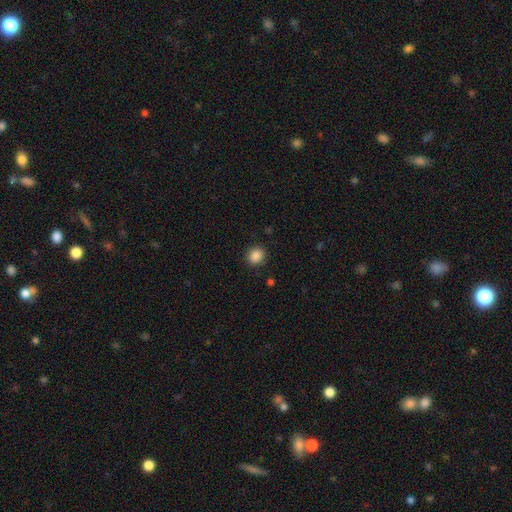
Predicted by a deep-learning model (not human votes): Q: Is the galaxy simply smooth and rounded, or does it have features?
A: smooth — 87%.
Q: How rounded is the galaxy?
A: round — 80%.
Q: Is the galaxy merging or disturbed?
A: none — 90%.